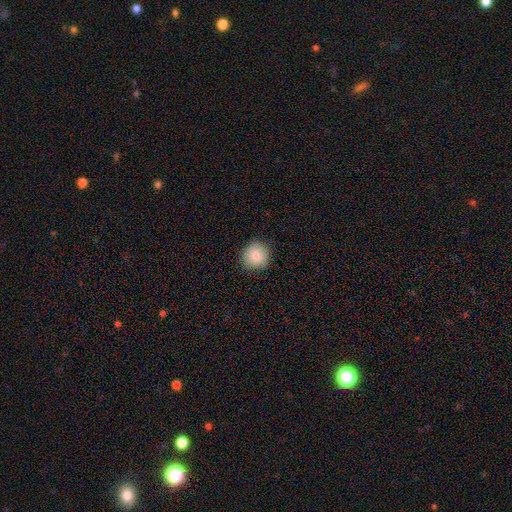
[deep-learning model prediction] Smooth or featured? Predicted: smooth (p=0.82). How rounded? Predicted: round (p=0.91). Merging? Predicted: none (p=0.86).